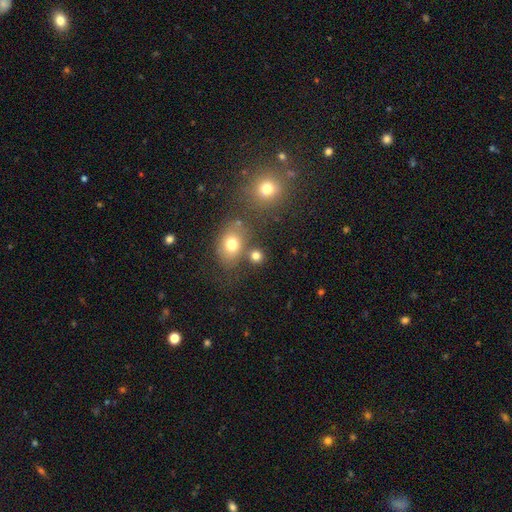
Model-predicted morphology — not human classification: Overall: smooth (75%). How rounded: round (77%). Merging: none (69%).